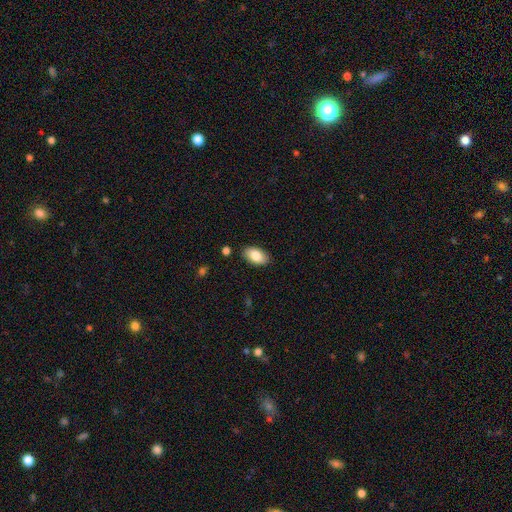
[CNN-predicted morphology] Smooth or featured: smooth — 83% (featured or disk — 10%)
How rounded: in between — 94% (round — 4%)
Merging: none — 87% (minor disturbance — 9%)